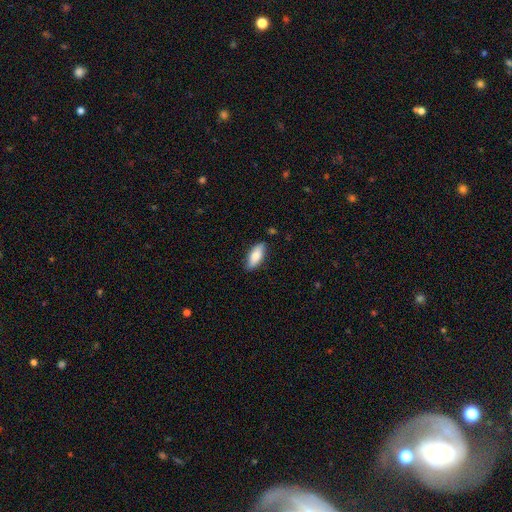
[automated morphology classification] type=smooth (83%); roundness=in between (80%); merging=none (82%).